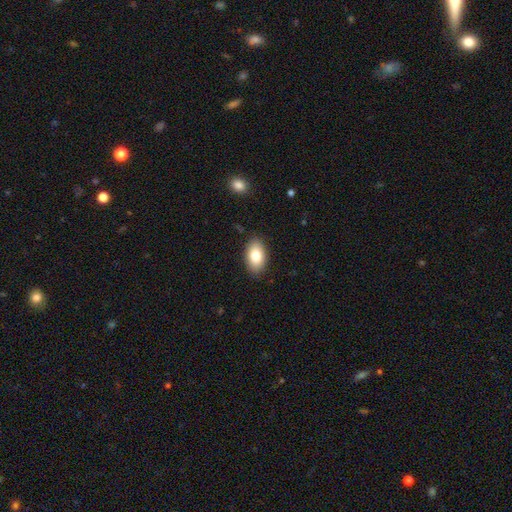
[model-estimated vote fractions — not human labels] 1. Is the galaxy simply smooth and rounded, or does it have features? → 81% smooth, 12% featured or disk, 7% star or artifact.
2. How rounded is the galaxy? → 93% in between, 6% round, 2% cigar-shaped.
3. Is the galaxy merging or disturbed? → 87% none, 10% minor disturbance, 2% major disturbance, 1% merger.